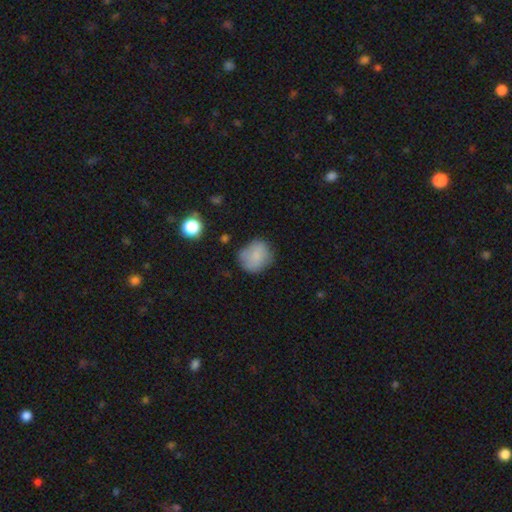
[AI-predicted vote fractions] Overall: smooth (80%). How rounded: round (72%). Merging: none (64%; minor disturbance 25%).